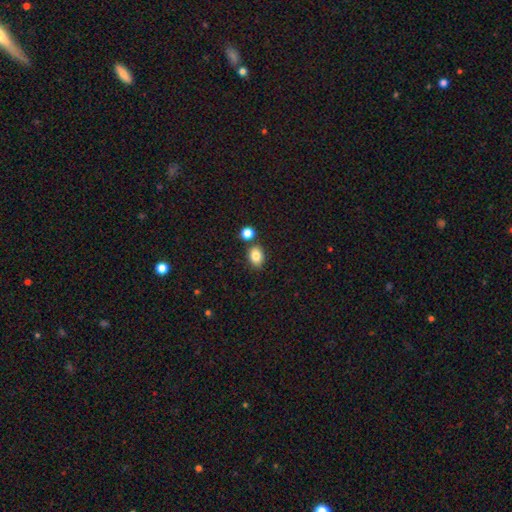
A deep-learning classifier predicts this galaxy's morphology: Smooth or featured?
  - smooth: 84% *
  - star or artifact: 10%
  - featured or disk: 7%
How rounded?
  - in between: 71% *
  - round: 28%
  - cigar-shaped: 1%
Merging?
  - none: 74% *
  - merger: 13%
  - minor disturbance: 10%
  - major disturbance: 3%